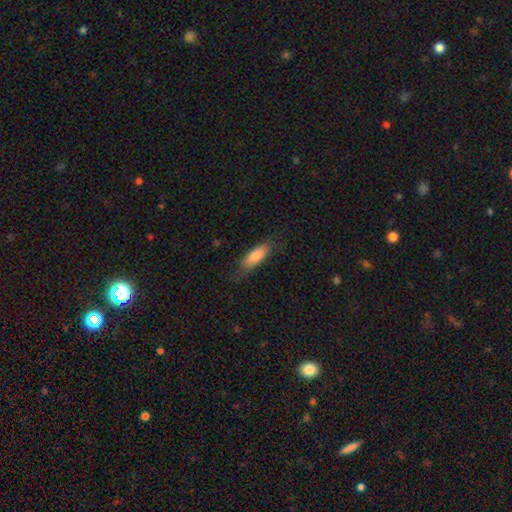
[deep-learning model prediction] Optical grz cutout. It shows a smooth galaxy with no disk features (81%) that is in between round and cigar-shaped (59%). Merging: none (68%).